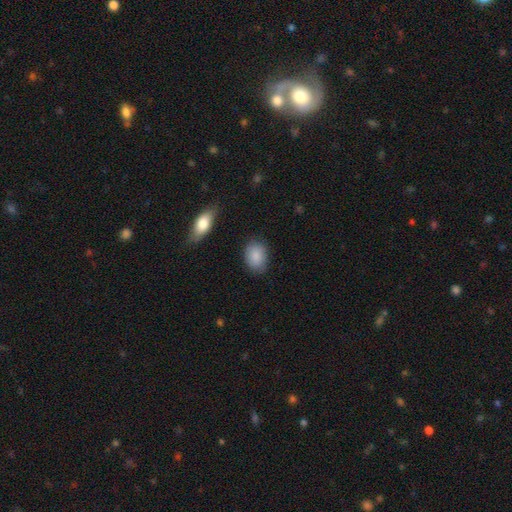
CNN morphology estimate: A smooth galaxy with no disk features (89%) that is in between round and cigar-shaped (79%).

Vote fractions:
- Smooth or featured? smooth: 89% / star or artifact: 6% / featured or disk: 5%
- How rounded? in between: 79% / round: 19% / cigar-shaped: 1%
- Merging? none: 81% / minor disturbance: 13% / major disturbance: 3% / merger: 2%